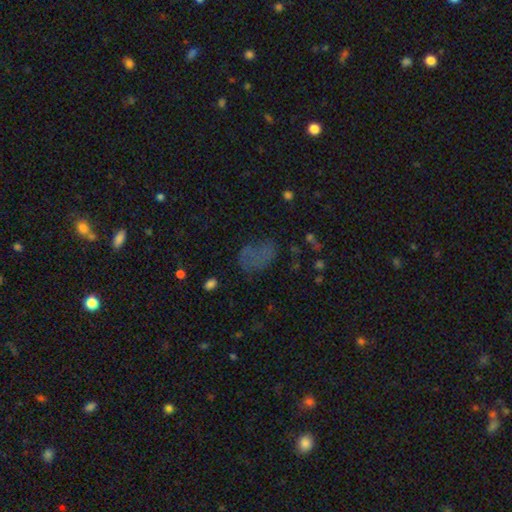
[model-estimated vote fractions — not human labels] A smooth galaxy with no disk features (50%) that is in between round and cigar-shaped (82%). Merging: none (51%).